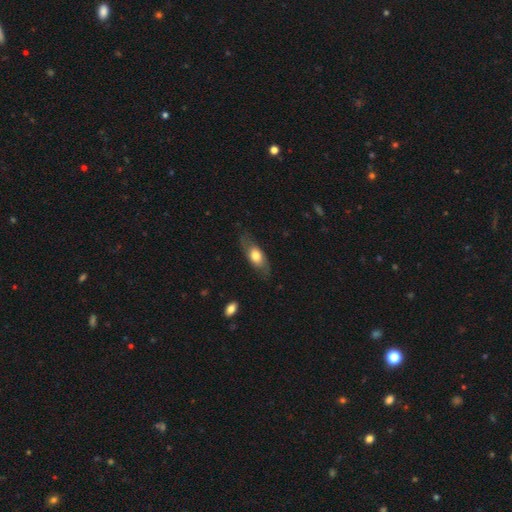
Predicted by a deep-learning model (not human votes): Smooth or featured: smooth — 58% (featured or disk — 36%)
How rounded: in between — 75% (cigar-shaped — 18%)
Merging: none — 72% (minor disturbance — 19%)